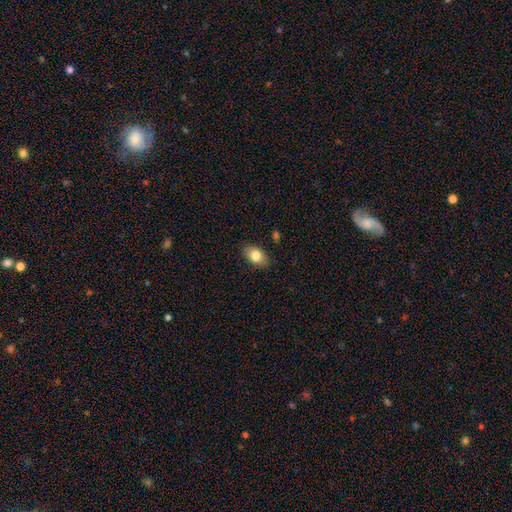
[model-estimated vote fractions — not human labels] Smooth or featured? Predicted: smooth (p=0.81). How rounded? Predicted: in between (p=0.85). Merging? Predicted: none (p=0.86).